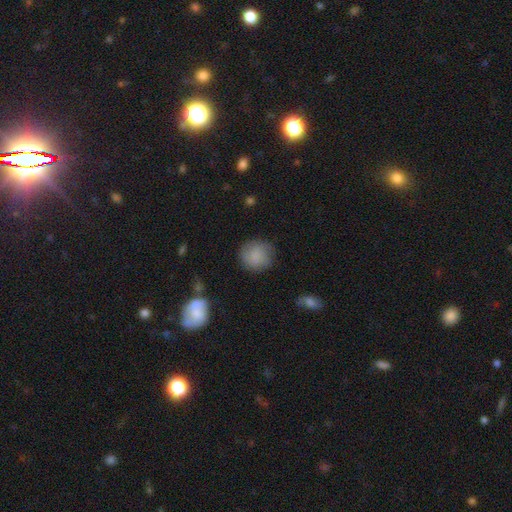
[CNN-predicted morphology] smooth-or-featured: smooth: 79% | featured or disk: 13% | star or artifact: 8%
  how-rounded: round: 87% | in between: 12% | cigar-shaped: 1%
  merging: none: 78% | minor disturbance: 16% | major disturbance: 5% | merger: 2%